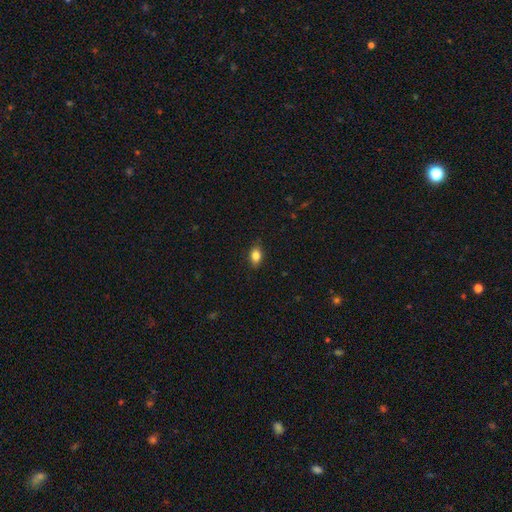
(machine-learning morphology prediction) This is clearly a smooth galaxy (84%). How rounded: clearly in between (80%). Merging: clearly none (85%).